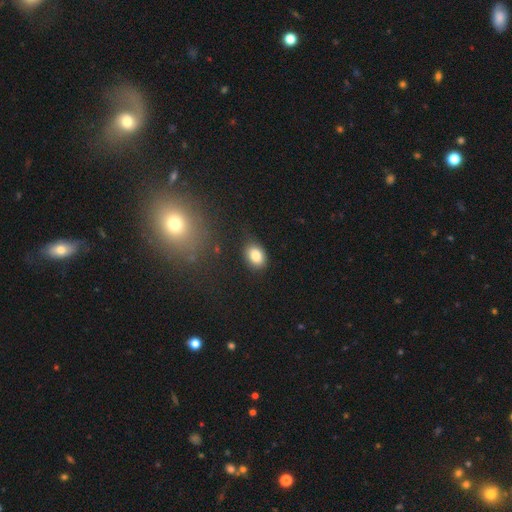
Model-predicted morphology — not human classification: smooth 83%, star or artifact 9%, featured or disk 8%. Down the decision tree: how rounded — in between (78%); merging — none (77%).